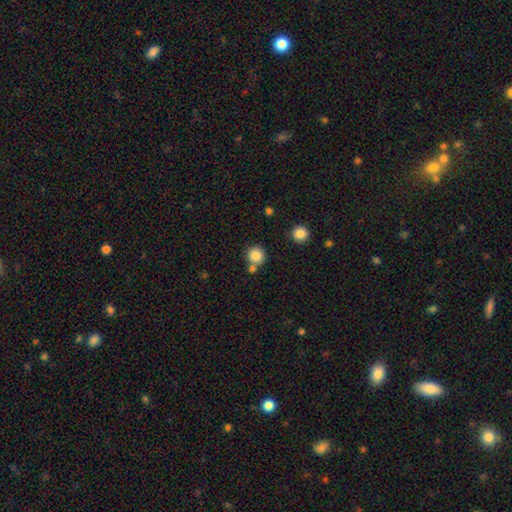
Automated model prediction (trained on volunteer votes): This is clearly a smooth galaxy (84%). How rounded: clearly round (93%). Merging: likely none (69%).